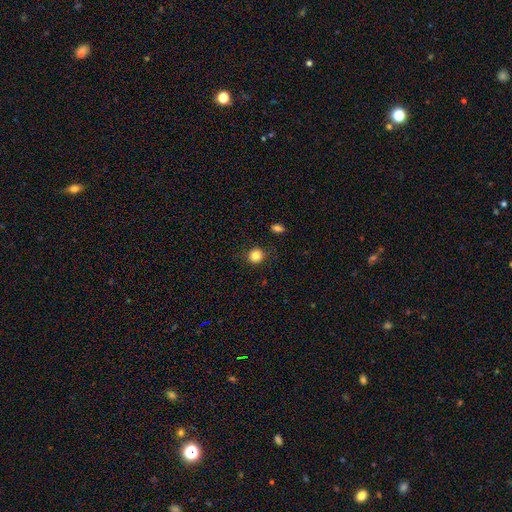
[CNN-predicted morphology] A smooth galaxy with no disk features (83%) that is round (88%). Merging: none (87%).